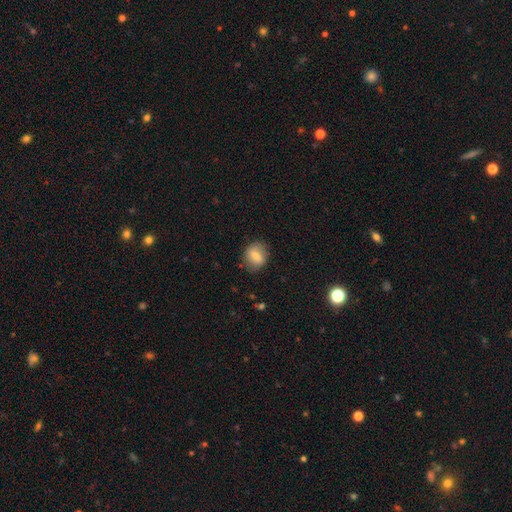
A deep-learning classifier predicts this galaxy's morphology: This is likely a smooth galaxy (68%). How rounded: likely round (64%). Merging: likely none (79%).